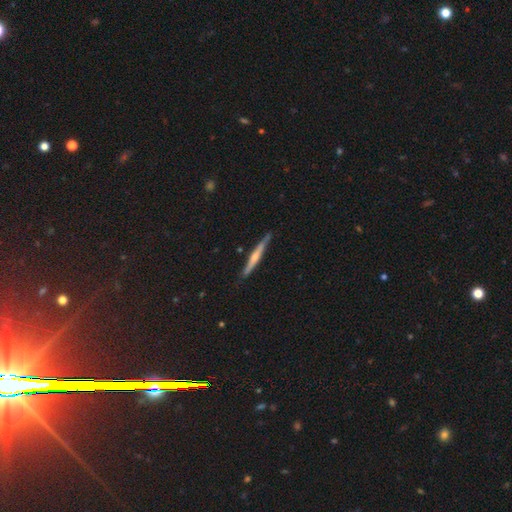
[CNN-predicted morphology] Q: Smooth or featured?
A: featured or disk (69%); runner-up: smooth (24%)
Q: Edge-on disk?
A: yes (97%); runner-up: no (3%)
Q: Edge-on bulge?
A: rounded (71%); runner-up: none (21%)
Q: Merging?
A: none (87%); runner-up: minor disturbance (10%)